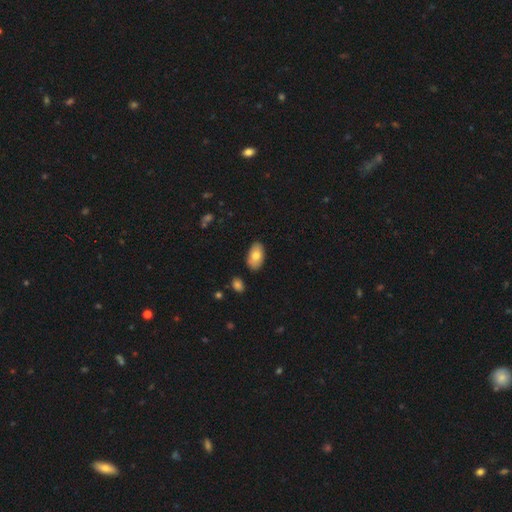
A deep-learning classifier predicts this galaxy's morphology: Smooth or featured: smooth — 79% (featured or disk — 15%)
How rounded: in between — 94% (round — 4%)
Merging: none — 85% (minor disturbance — 11%)